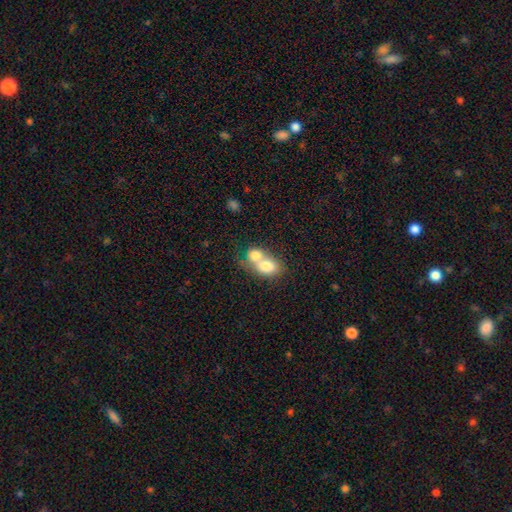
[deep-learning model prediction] A smooth galaxy with no disk features (74%) that is in between round and cigar-shaped (59%). Merging: merger (74%).